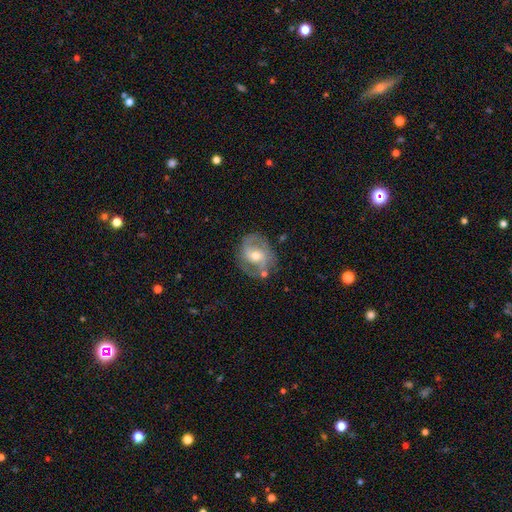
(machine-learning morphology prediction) featured or disk 77%, smooth 16%, star or artifact 6%. Down the decision tree: edge-on disk — no (97%); bar — no (45%); spiral arms — yes (89%); spiral arm count — 2 (79%); spiral winding — medium (50%); bulge size — moderate (61%); merging — none (69%).